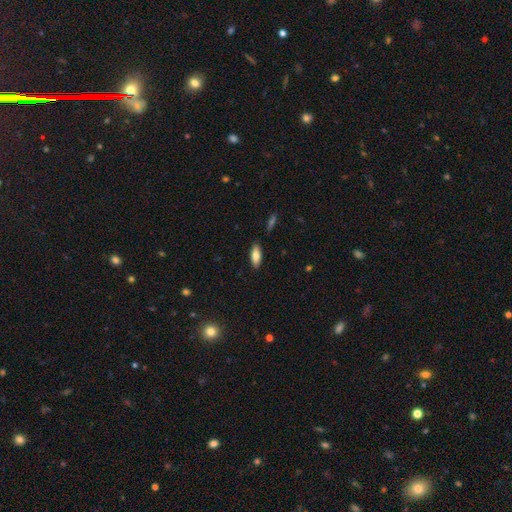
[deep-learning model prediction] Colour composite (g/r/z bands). It shows a smooth galaxy with no disk features (81%) that is in between round and cigar-shaped (80%). Merging: none (87%).